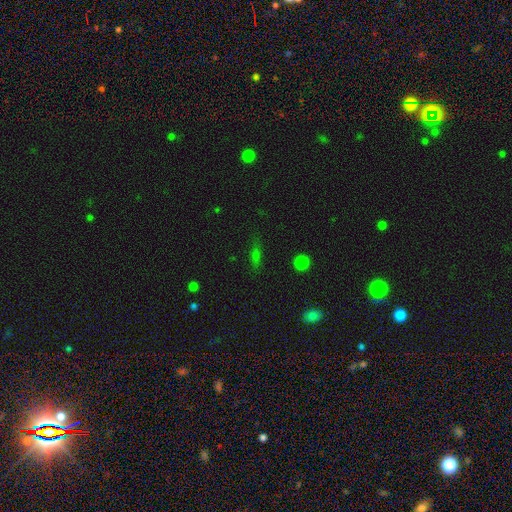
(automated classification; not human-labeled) A smooth galaxy with no disk features (54%) that is cigar-shaped (48%). Merging: none (79%).